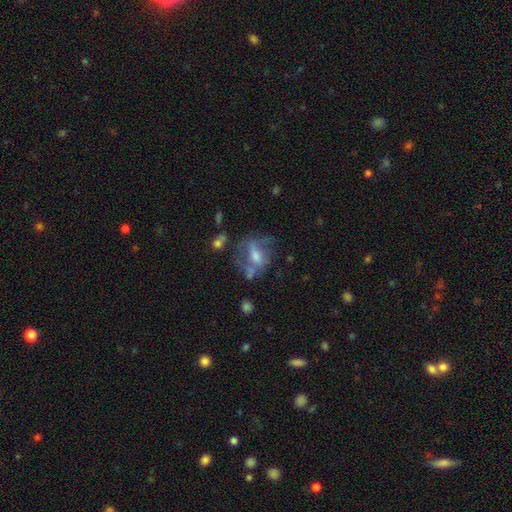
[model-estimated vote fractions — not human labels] Smooth or featured?
  - featured or disk: 59% *
  - smooth: 29%
  - star or artifact: 11%
Edge-on disk?
  - no: 92% *
  - yes: 8%
Bar?
  - weak: 39% *
  - no: 36%
  - strong: 25%
Spiral arms?
  - yes: 52% *
  - no: 48%
Bulge size?
  - moderate: 48% *
  - small: 27%
  - large: 12%
  - none: 11%
  - dominant: 2%
Merging?
  - none: 45% *
  - major disturbance: 24%
  - minor disturbance: 21%
  - merger: 9%